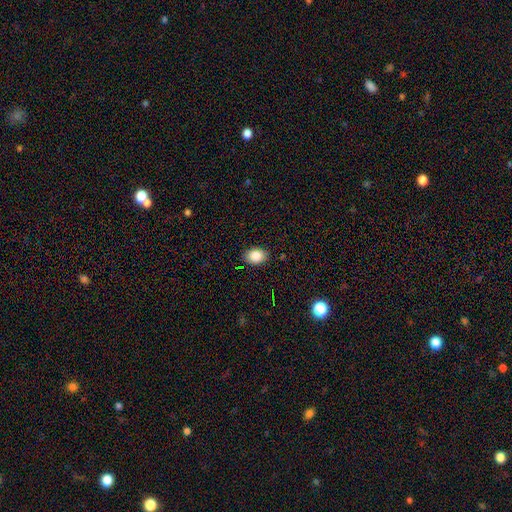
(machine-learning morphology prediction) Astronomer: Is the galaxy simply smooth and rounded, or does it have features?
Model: smooth — 85%.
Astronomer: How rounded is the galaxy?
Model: in between — 70%.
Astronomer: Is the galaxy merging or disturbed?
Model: none — 87%.